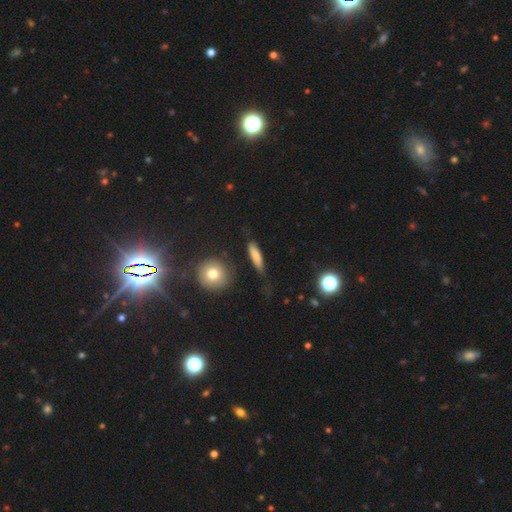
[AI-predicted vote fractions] A smooth galaxy with no disk features (74%) that is cigar-shaped (70%). Merging: none (73%).